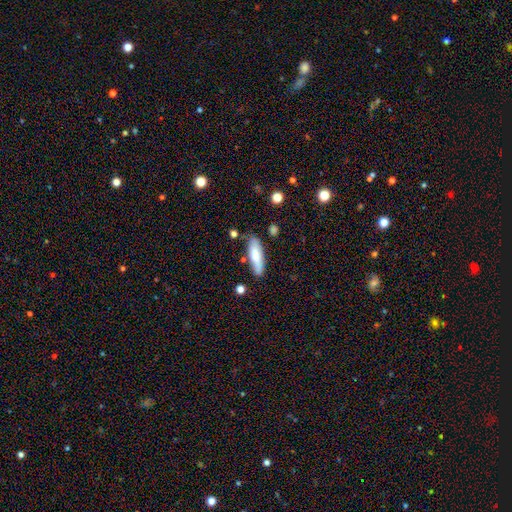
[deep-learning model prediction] Smooth or featured? smooth (74%)
How rounded? cigar-shaped (58%)
Merging? none (74%)